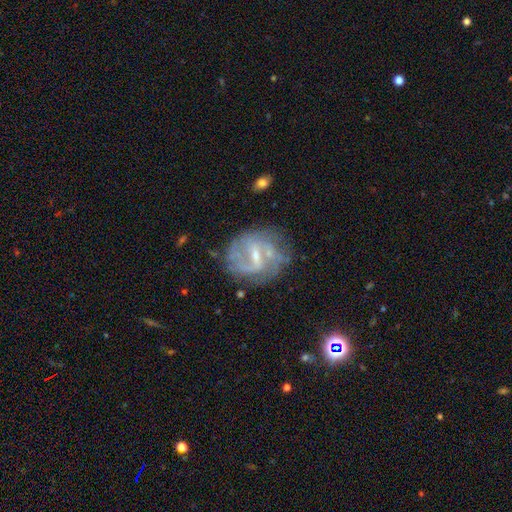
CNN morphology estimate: Smooth or featured?
  - featured or disk: 76% *
  - smooth: 15%
  - star or artifact: 9%
Edge-on disk?
  - no: 97% *
  - yes: 3%
Bar?
  - weak: 51% *
  - strong: 33%
  - no: 15%
Spiral arms?
  - yes: 76% *
  - no: 24%
Spiral winding?
  - medium: 40% *
  - loose: 33%
  - tight: 27%
Spiral arm count?
  - 2: 51% *
  - can't tell: 27%
  - 1: 11%
  - 3: 6%
  - 4: 2%
  - more than 4: 2%
Bulge size?
  - small: 56% *
  - moderate: 29%
  - none: 12%
  - large: 2%
  - dominant: 1%
Merging?
  - none: 58% *
  - minor disturbance: 22%
  - major disturbance: 16%
  - merger: 5%